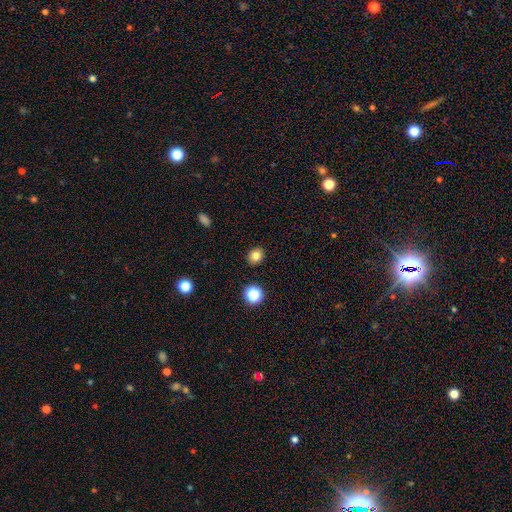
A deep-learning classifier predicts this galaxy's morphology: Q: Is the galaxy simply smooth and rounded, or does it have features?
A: smooth — 81%.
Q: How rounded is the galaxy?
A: round — 64%.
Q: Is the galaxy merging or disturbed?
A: none — 90%.